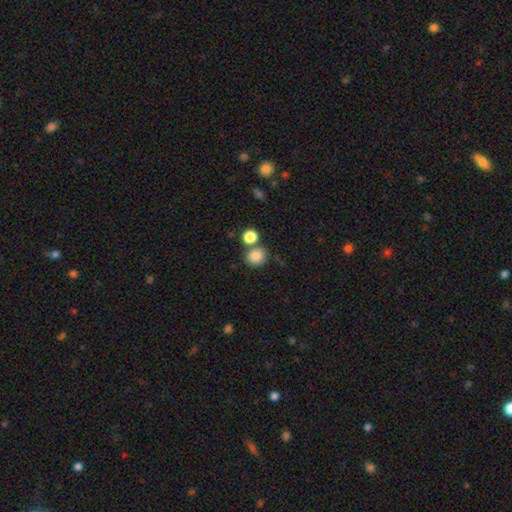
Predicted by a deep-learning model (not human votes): Overall: smooth (84%). How rounded: round (87%). Merging: none (67%).